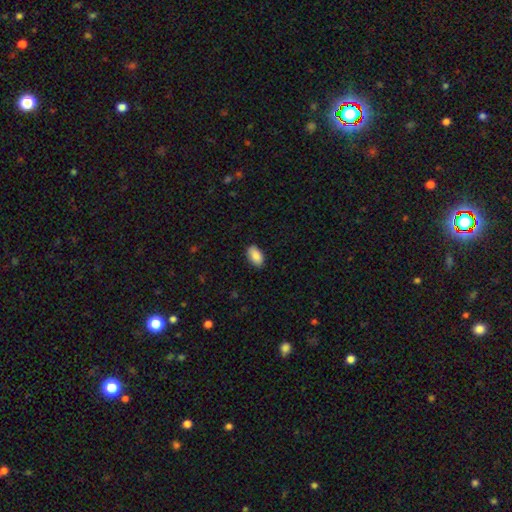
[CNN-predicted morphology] smooth_or_featured: smooth (p=0.89) [alt: star or artifact p=0.07]
how_rounded: in between (p=0.94) [alt: round p=0.05]
merging: none (p=0.88) [alt: minor disturbance p=0.10]